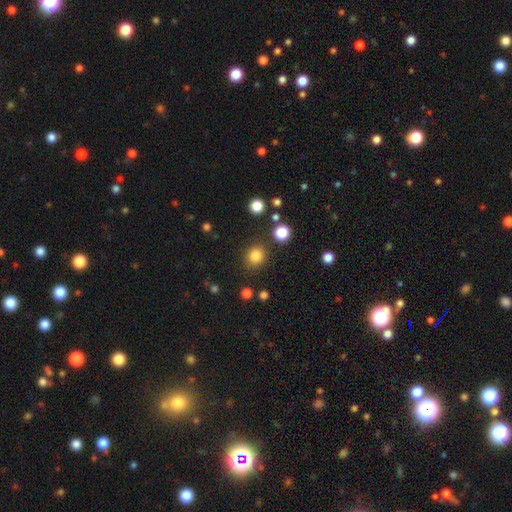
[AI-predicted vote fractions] Smooth or featured? Predicted: smooth (p=0.84). How rounded? Predicted: round (p=0.85). Merging? Predicted: none (p=0.85).